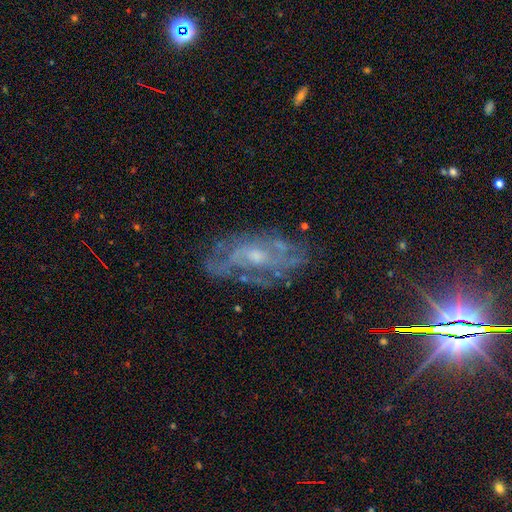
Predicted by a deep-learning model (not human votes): Smooth or featured? featured or disk (75%)
Edge-on disk? no (92%)
Bar? no (62%)
Spiral arms? yes (81%)
Spiral winding? tight (50%)
Spiral arm count? can't tell (52%)
Bulge size? small (54%)
Merging? none (71%)